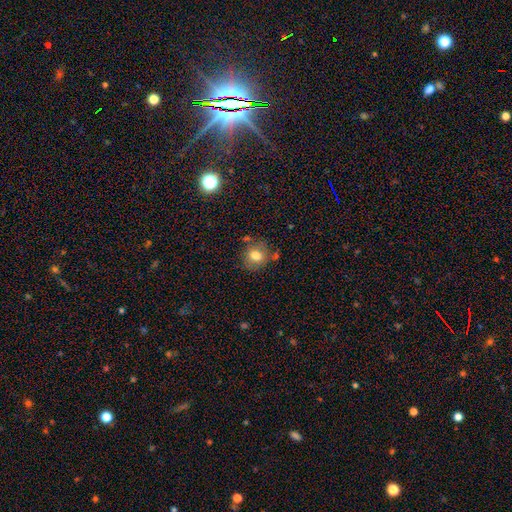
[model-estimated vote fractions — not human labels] Q: Smooth or featured?
A: smooth (76%); runner-up: featured or disk (13%)
Q: How rounded?
A: round (69%); runner-up: in between (30%)
Q: Merging?
A: none (70%); runner-up: minor disturbance (17%)